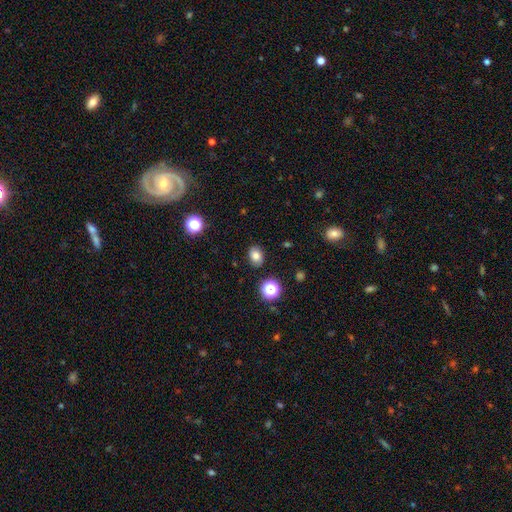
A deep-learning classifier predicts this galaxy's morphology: type=smooth (80%); roundness=in between (61%); merging=none (87%).